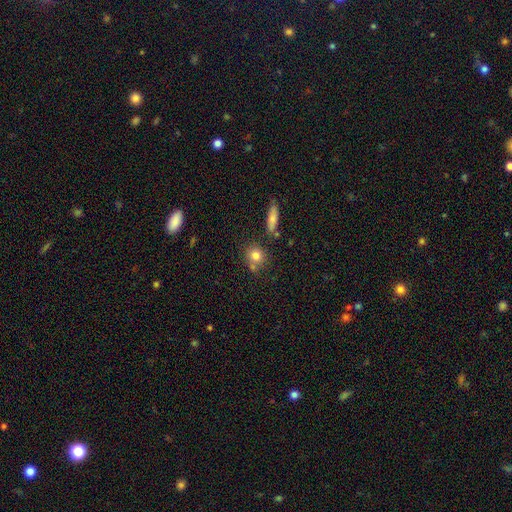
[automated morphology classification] This is likely a smooth galaxy (79%). How rounded: likely round (78%). Merging: likely none (65%).